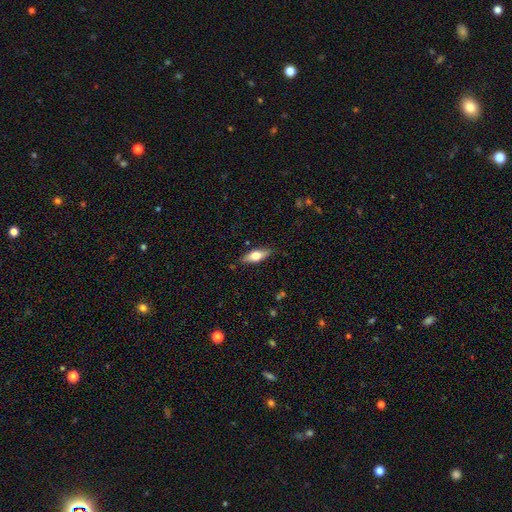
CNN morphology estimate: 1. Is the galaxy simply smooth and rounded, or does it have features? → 61% smooth, 33% featured or disk, 6% star or artifact.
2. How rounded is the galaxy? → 66% in between, 31% cigar-shaped, 3% round.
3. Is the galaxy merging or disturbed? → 84% none, 13% minor disturbance, 2% major disturbance, 1% merger.